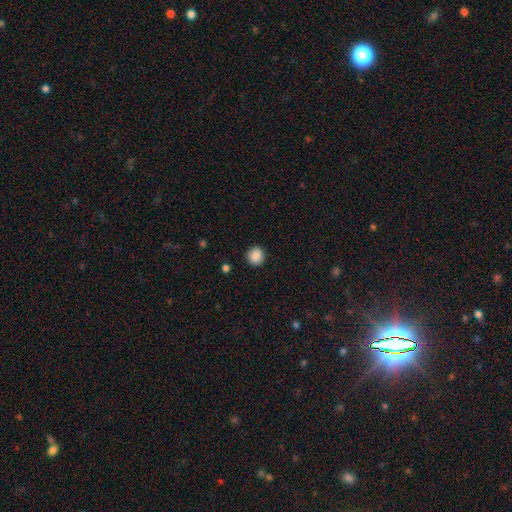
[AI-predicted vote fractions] Q: Smooth or featured?
A: smooth (88%); runner-up: star or artifact (9%)
Q: How rounded?
A: round (86%); runner-up: in between (13%)
Q: Merging?
A: none (90%); runner-up: minor disturbance (7%)